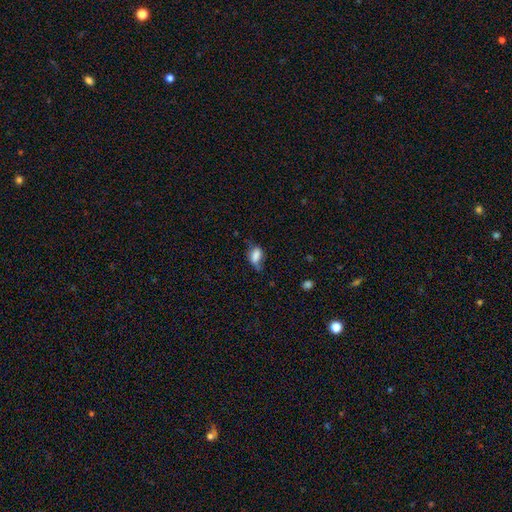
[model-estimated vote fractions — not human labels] smooth 71%, featured or disk 19%, star or artifact 10%. Down the decision tree: how rounded — in between (85%); merging — none (41%).